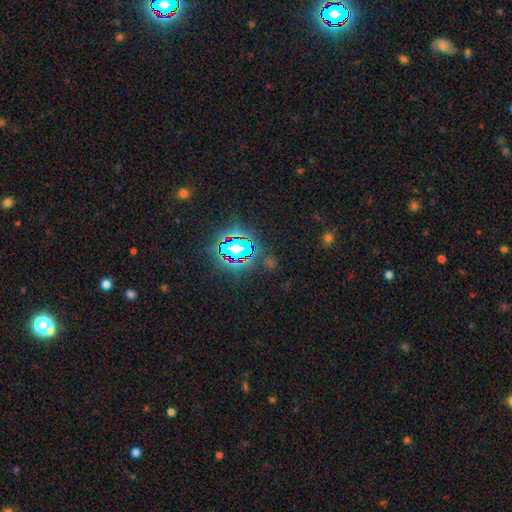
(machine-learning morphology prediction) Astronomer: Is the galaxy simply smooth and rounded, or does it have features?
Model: star or artifact — 82%.